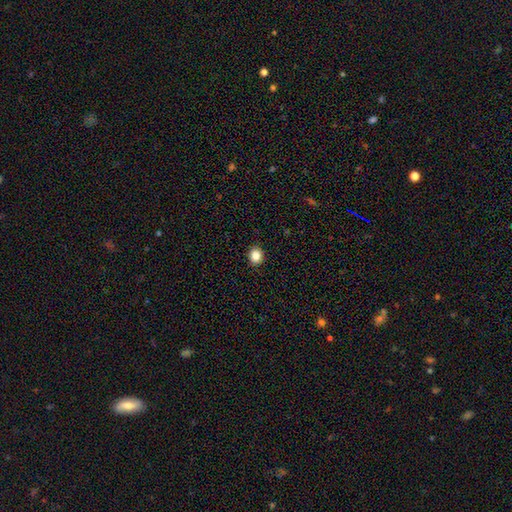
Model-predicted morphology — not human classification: smooth 85%, star or artifact 11%, featured or disk 4%. Down the decision tree: how rounded — round (71%); merging — none (92%).